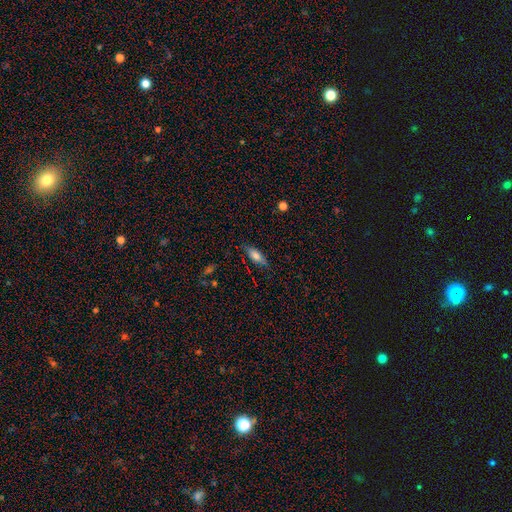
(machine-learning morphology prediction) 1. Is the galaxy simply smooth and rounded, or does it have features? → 75% smooth, 16% featured or disk, 8% star or artifact.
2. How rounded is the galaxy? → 74% in between, 23% cigar-shaped, 3% round.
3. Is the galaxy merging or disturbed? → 77% none, 18% minor disturbance, 4% major disturbance, 2% merger.